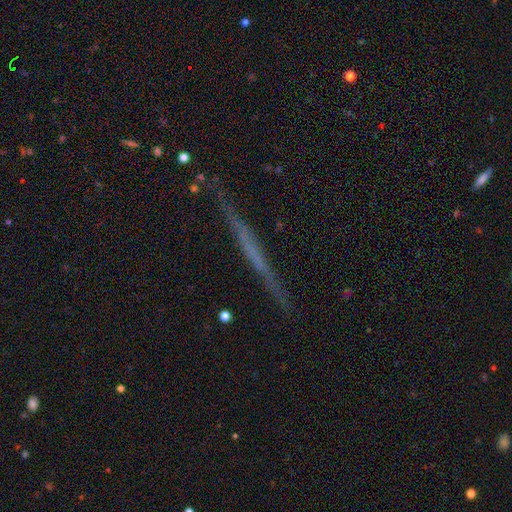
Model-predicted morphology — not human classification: A featured or disk galaxy (61%) viewed edge-on (96%) with no central bulge (85%).

Vote fractions:
- Smooth or featured? featured or disk: 61% / smooth: 28% / star or artifact: 11%
- Edge-on disk? yes: 96% / no: 4%
- Edge-on bulge? none: 85% / rounded: 10% / boxy: 6%
- Merging? none: 87% / minor disturbance: 9% / major disturbance: 2% / merger: 2%